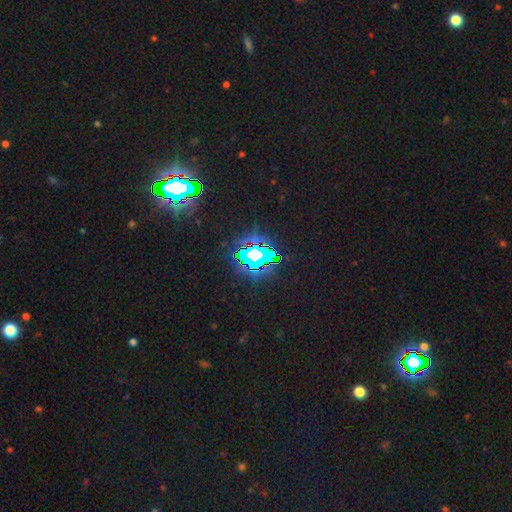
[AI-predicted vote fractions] This appears to be a star or artifact, not a galaxy (73%).